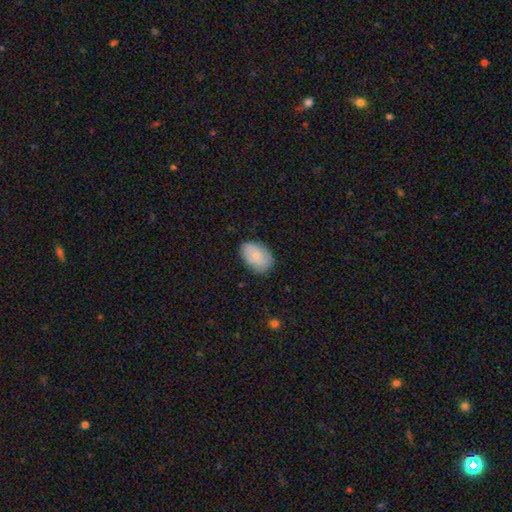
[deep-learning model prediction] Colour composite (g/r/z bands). It shows a smooth galaxy with no disk features (81%) that is in between round and cigar-shaped (86%). Merging: none (80%).